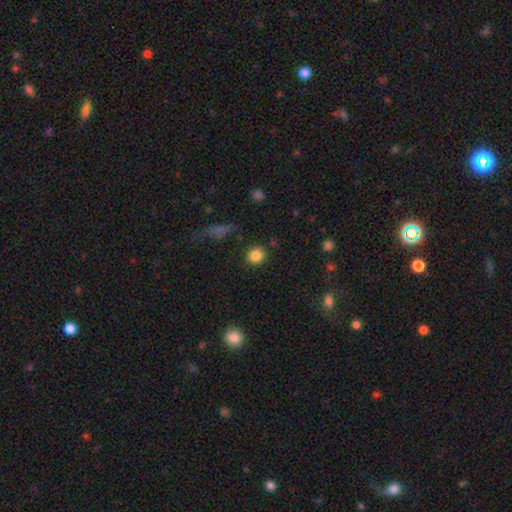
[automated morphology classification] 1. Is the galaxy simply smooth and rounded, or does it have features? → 85% smooth, 10% star or artifact, 5% featured or disk.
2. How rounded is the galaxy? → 87% round, 12% in between, 1% cigar-shaped.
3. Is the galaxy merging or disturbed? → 84% none, 10% minor disturbance, 3% major disturbance, 3% merger.